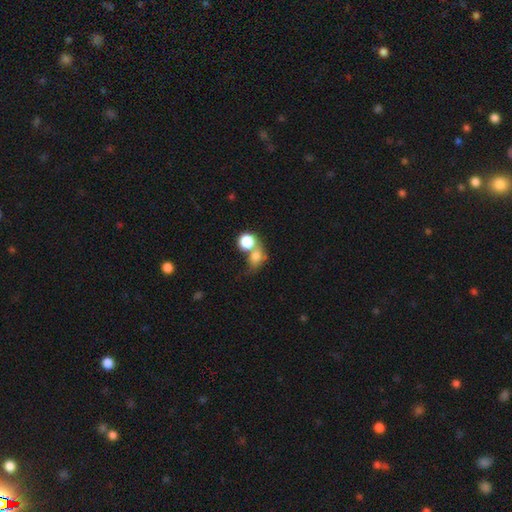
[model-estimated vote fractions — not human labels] Overall: smooth (75%). How rounded: round (60%; in between 38%). Merging: merger (52%; none 30%).